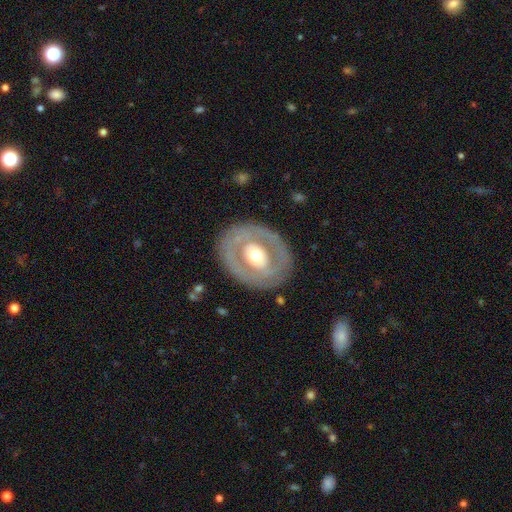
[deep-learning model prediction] Smooth or featured: featured or disk — 64% (smooth — 31%)
Edge-on disk: no — 94% (yes — 6%)
Bar: no — 70% (weak — 20%)
Spiral arms: no — 78% (yes — 22%)
Bulge size: moderate — 66% (large — 21%)
Merging: none — 82% (minor disturbance — 11%)